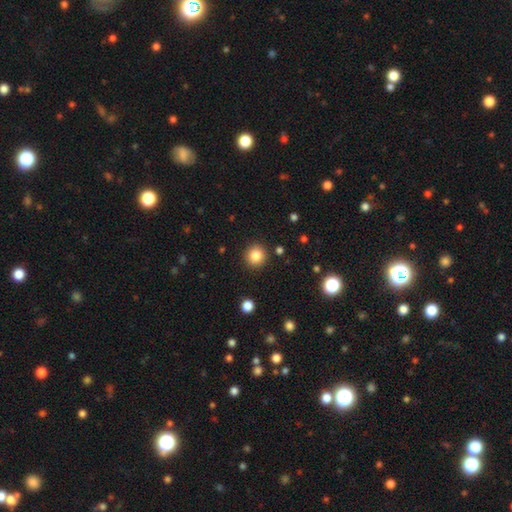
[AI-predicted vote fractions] Smooth or featured? smooth (85%)
How rounded? round (93%)
Merging? none (90%)